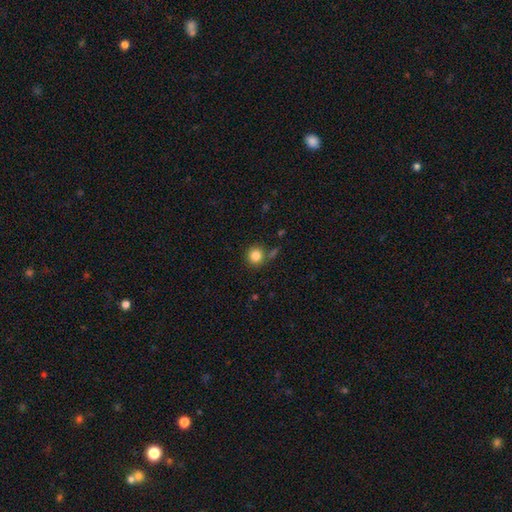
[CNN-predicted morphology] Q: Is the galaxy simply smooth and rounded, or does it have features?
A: smooth — 84%.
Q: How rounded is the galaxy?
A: round — 92%.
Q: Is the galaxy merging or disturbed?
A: none — 78%.